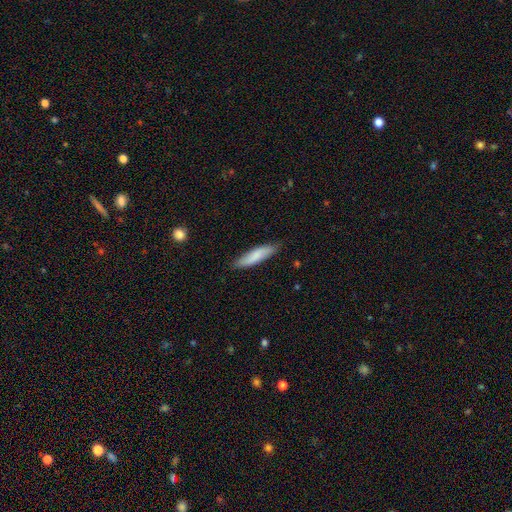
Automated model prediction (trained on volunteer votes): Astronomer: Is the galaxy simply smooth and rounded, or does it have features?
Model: smooth — 77%.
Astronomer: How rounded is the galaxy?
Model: cigar-shaped — 71%.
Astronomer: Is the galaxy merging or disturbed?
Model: none — 82%.